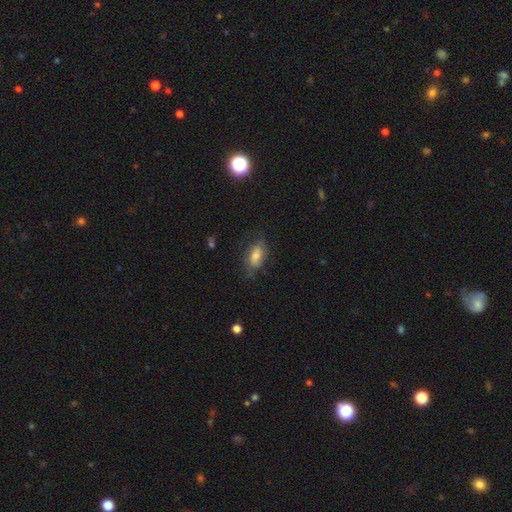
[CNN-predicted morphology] Smooth or featured?
  - smooth: 54% *
  - featured or disk: 35%
  - star or artifact: 11%
How rounded?
  - in between: 88% *
  - cigar-shaped: 6%
  - round: 6%
Merging?
  - none: 61% *
  - minor disturbance: 25%
  - major disturbance: 12%
  - merger: 2%